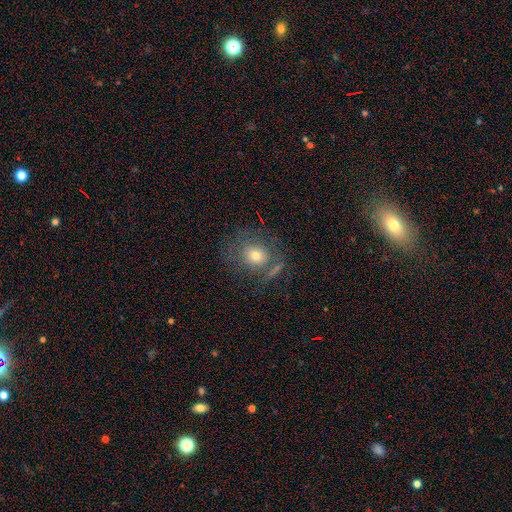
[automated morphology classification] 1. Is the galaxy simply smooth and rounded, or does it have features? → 64% smooth, 23% featured or disk, 12% star or artifact.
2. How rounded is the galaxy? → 80% round, 19% in between, 1% cigar-shaped.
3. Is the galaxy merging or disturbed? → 66% none, 16% minor disturbance, 10% major disturbance, 8% merger.